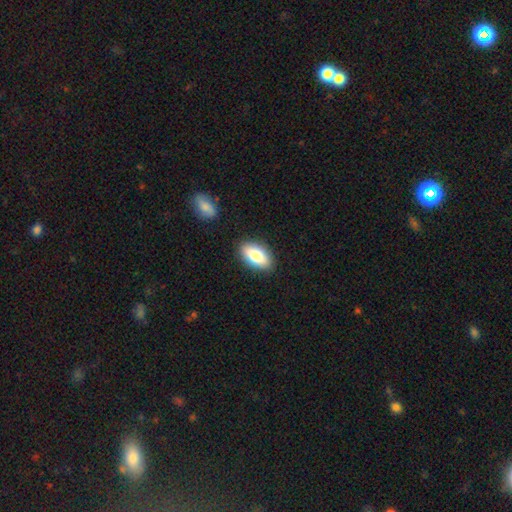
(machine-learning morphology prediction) A smooth galaxy with no disk features (78%) that is in between round and cigar-shaped (89%). Merging: none (87%).